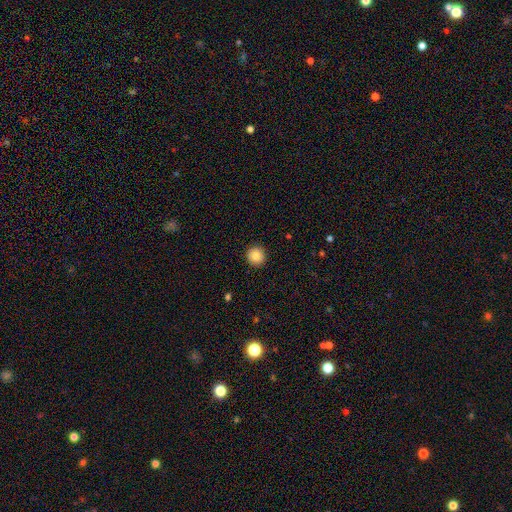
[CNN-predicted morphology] Smooth or featured: smooth — 86% (star or artifact — 10%)
How rounded: round — 95% (in between — 4%)
Merging: none — 93% (minor disturbance — 5%)